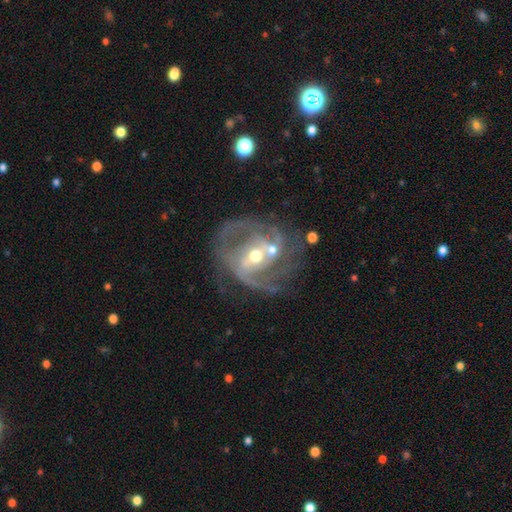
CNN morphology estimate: A featured or disk galaxy (89%) with a weak bar (41%), 2 (49%) medium (51%) spiral arms (95%) and a moderate central bulge (67%). Merging: none (49%).